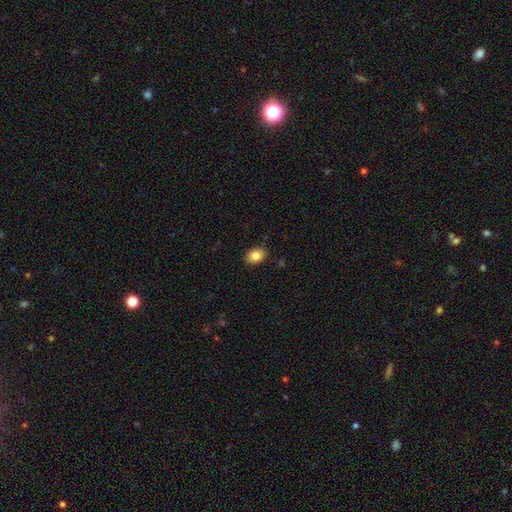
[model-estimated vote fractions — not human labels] smooth 84%, star or artifact 9%, featured or disk 7%. Down the decision tree: how rounded — in between (68%); merging — none (86%).